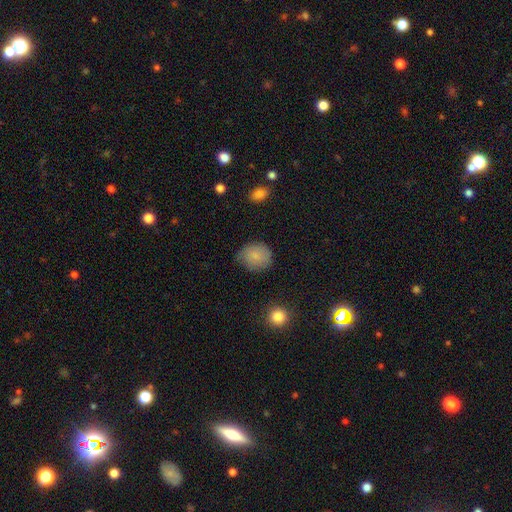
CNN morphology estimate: Smooth or featured: smooth — 81% (featured or disk — 11%)
How rounded: round — 76% (in between — 23%)
Merging: none — 71% (minor disturbance — 23%)